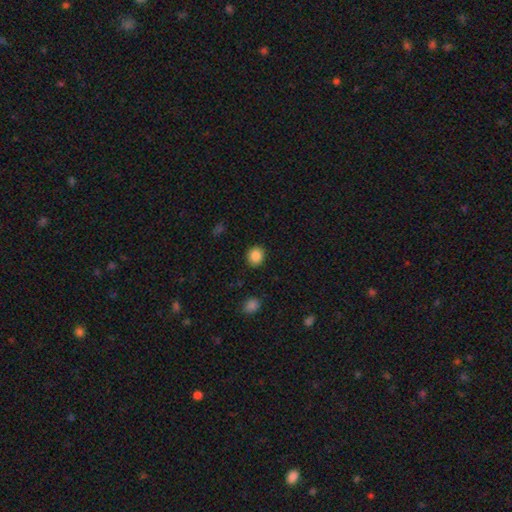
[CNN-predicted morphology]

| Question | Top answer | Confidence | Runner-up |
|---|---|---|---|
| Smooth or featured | smooth | 86% | star or artifact (9%) |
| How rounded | round | 78% | in between (21%) |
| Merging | none | 90% | minor disturbance (7%) |